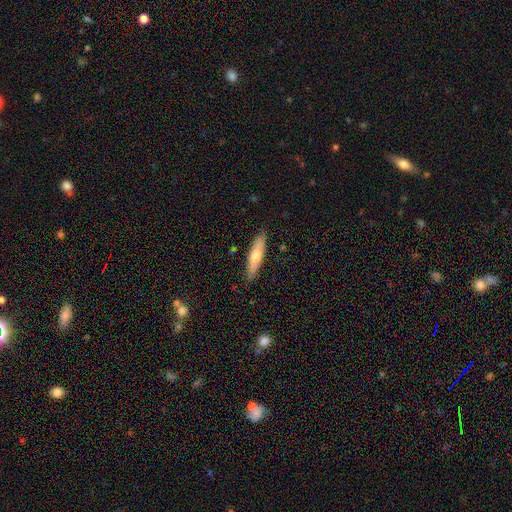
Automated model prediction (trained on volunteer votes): Q: Smooth or featured?
A: smooth (62%); runner-up: featured or disk (33%)
Q: How rounded?
A: cigar-shaped (76%); runner-up: in between (22%)
Q: Merging?
A: none (87%); runner-up: minor disturbance (10%)